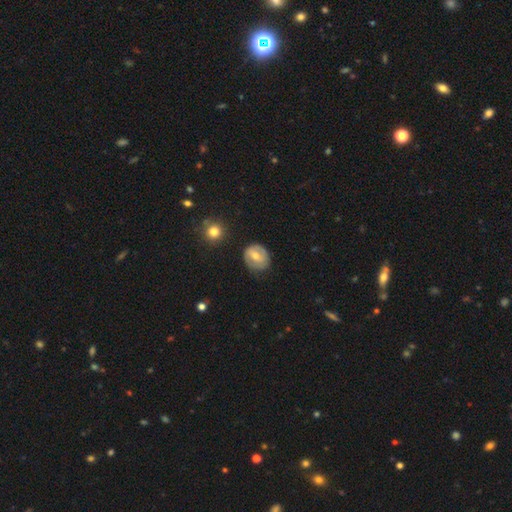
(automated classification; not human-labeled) Smooth or featured: featured or disk — 48% (smooth — 45%)
Merging: none — 75% (minor disturbance — 18%)